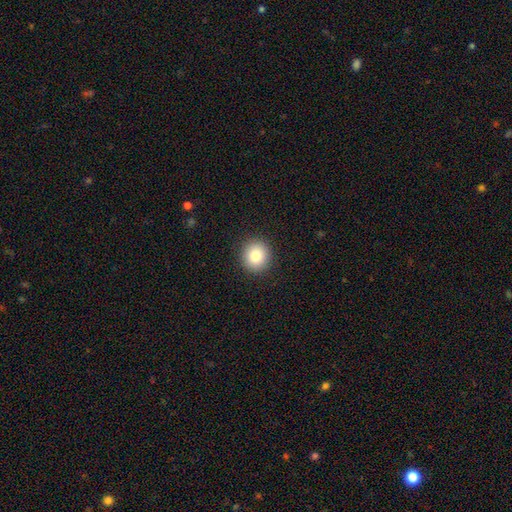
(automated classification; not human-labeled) Smooth or featured? smooth (83%)
How rounded? round (91%)
Merging? none (92%)